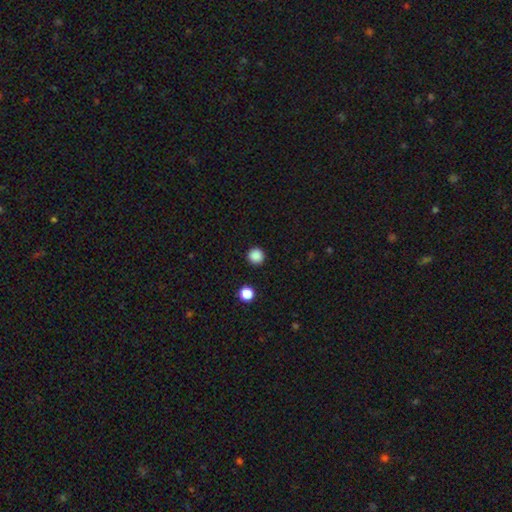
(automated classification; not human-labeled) Smooth or featured? Predicted: smooth (p=0.87). How rounded? Predicted: round (p=0.96). Merging? Predicted: none (p=0.92).